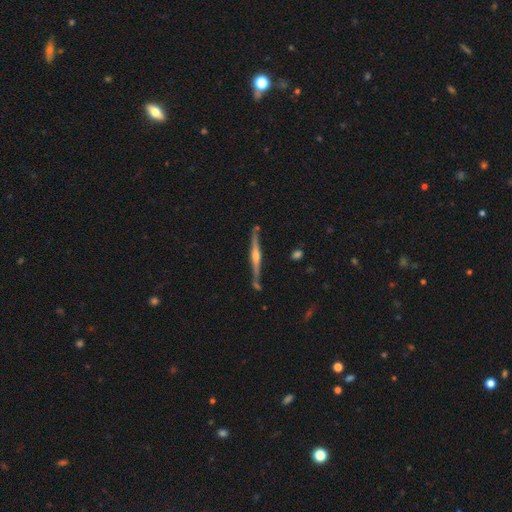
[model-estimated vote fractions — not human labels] This appears to be a featured or disk galaxy (80%) viewed edge-on (98%) with a rounded central bulge (85%). Merging: none (80%).